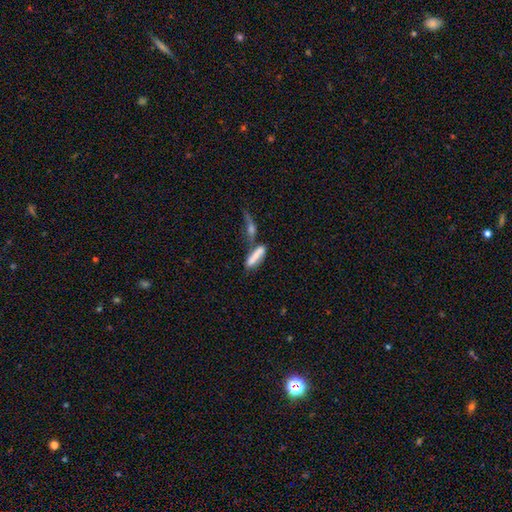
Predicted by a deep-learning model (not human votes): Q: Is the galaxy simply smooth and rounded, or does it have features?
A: smooth — 59%.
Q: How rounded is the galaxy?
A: cigar-shaped — 55%.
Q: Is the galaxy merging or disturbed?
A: merger — 54%.